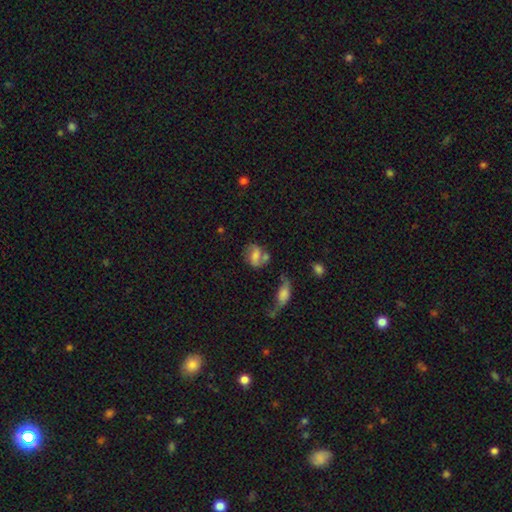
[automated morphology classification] type=smooth (46%); merging=none (46%).